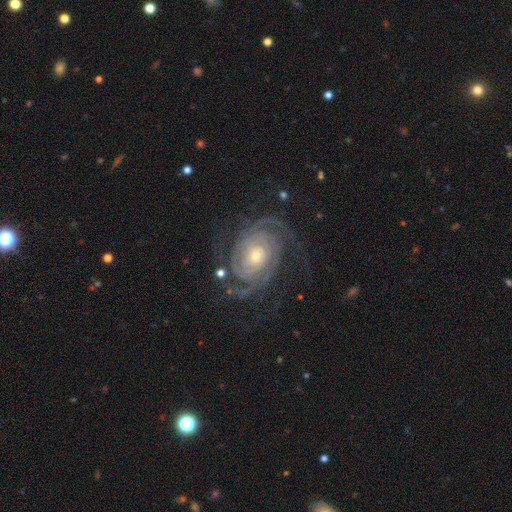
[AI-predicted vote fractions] smooth-or-featured: featured or disk: 92% | star or artifact: 5% | smooth: 4%
  disk-edge-on: no: 98% | yes: 2%
    bar: no: 71% | weak: 20% | strong: 9%
    has-spiral-arms: yes: 98% | no: 2%
      spiral-winding: tight: 64% | medium: 30% | loose: 6%
      spiral-arm-count: 2: 39% | 3: 24% | can't tell: 13% | 4: 12% | more than 4: 7% | 1: 6%
    bulge-size: small: 60% | moderate: 35% | large: 3% | none: 1% | dominant: 1%
  merging: none: 72% | minor disturbance: 15% | major disturbance: 12% | merger: 2%